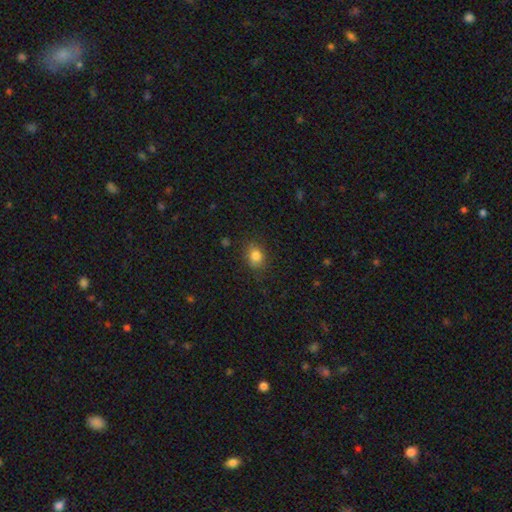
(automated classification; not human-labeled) The model was most divided on "how rounded": in between: 55%, round: 44%, cigar-shaped: 1%. More confident: smooth or featured — smooth (83%); merging — none (80%).